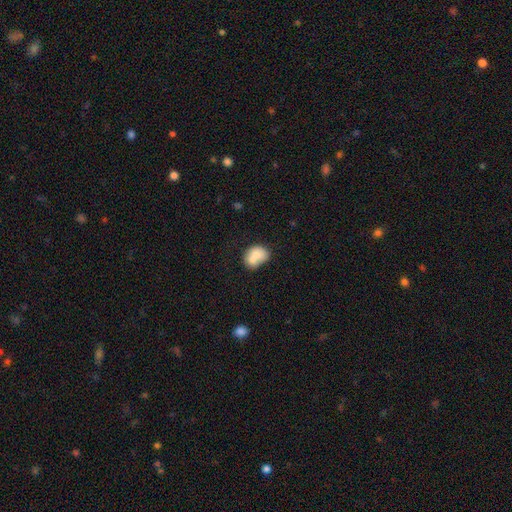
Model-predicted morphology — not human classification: This is likely a smooth galaxy (73%). How rounded: possibly in between (57%). Merging: possibly merger (52%).